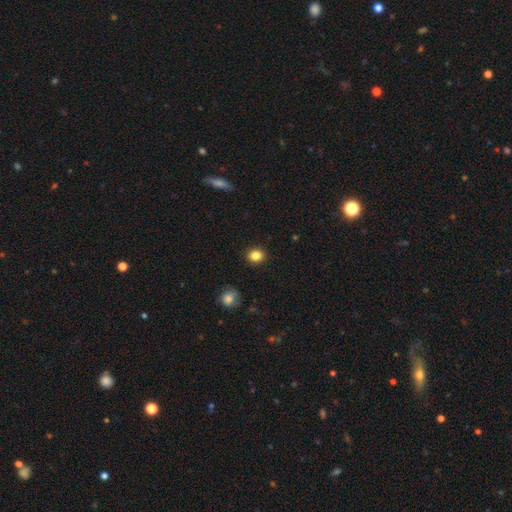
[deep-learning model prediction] Smooth or featured? Predicted: smooth (p=0.84). How rounded? Predicted: round (p=0.73). Merging? Predicted: none (p=0.91).